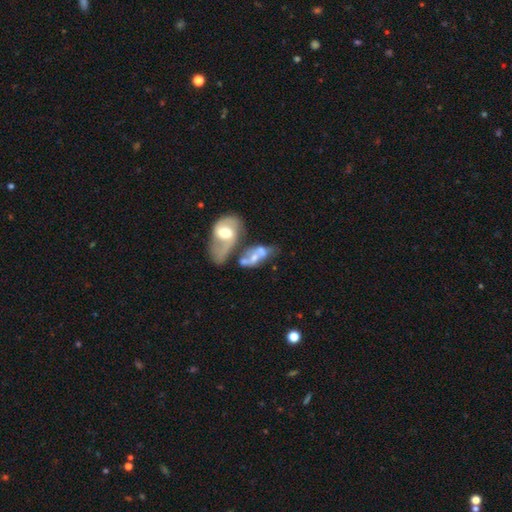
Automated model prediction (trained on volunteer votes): Morphology: type=featured or disk (55%); edge-on=no (92%); bar=no (66%); spiral arms=no (60%); bulge=moderate (57%); merging=merger (54%).